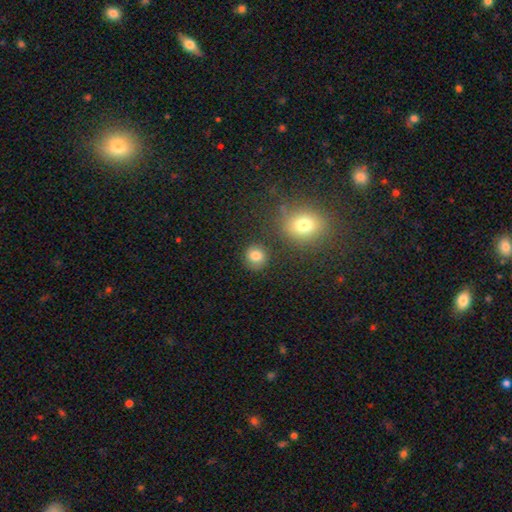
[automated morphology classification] A smooth galaxy with no disk features (79%) that is round (86%). Merging: none (82%).